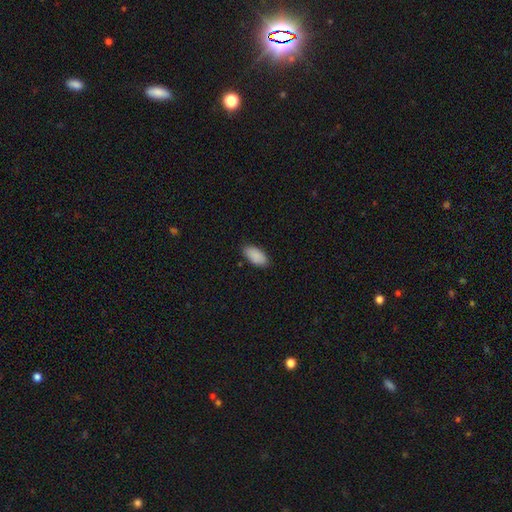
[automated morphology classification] Smooth or featured? Predicted: smooth (p=0.89). How rounded? Predicted: in between (p=0.93). Merging? Predicted: none (p=0.84).